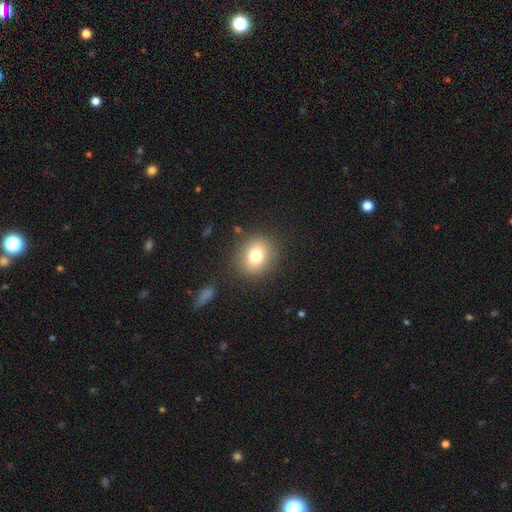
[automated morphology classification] Overall: smooth (76%). How rounded: round (74%). Merging: none (86%).